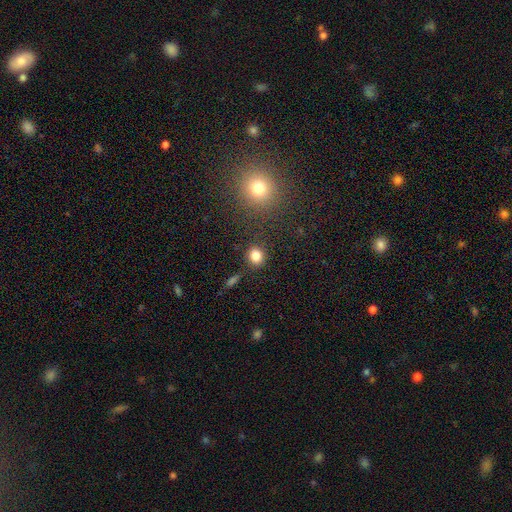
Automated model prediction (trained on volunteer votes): This is clearly a smooth galaxy (83%). How rounded: likely round (80%). Merging: clearly none (85%).